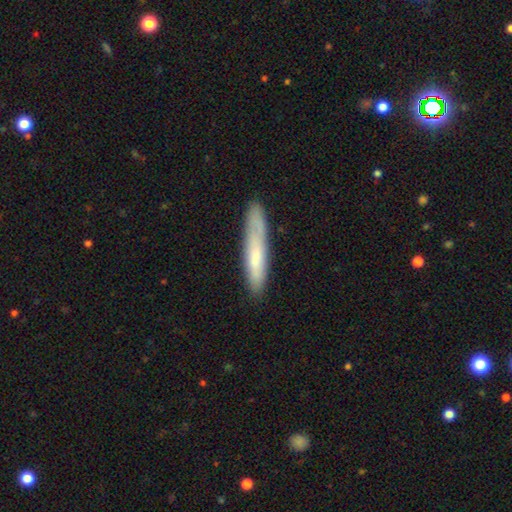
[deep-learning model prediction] This is likely a smooth galaxy (66%). How rounded: clearly cigar-shaped (90%). Merging: likely none (78%).